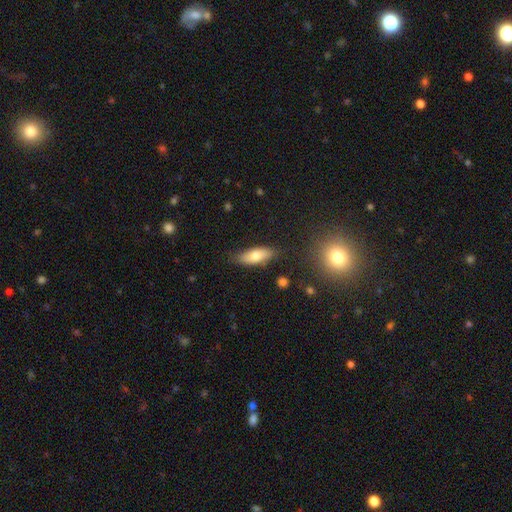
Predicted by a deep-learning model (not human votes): Overall: smooth (73%). How rounded: in between (71%). Merging: none (80%).